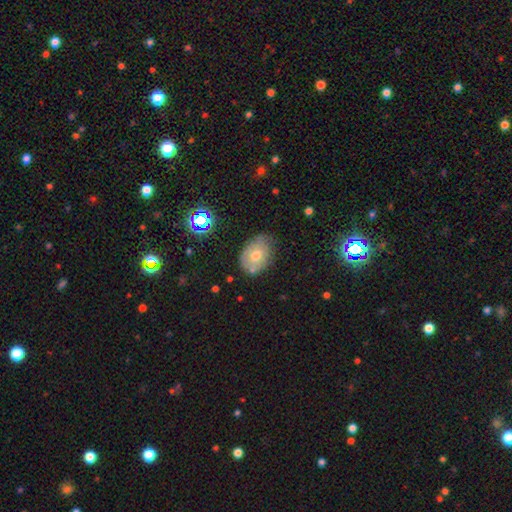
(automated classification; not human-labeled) smooth_or_featured: smooth (p=0.61) [alt: featured or disk p=0.28]
how_rounded: in between (p=0.73) [alt: round p=0.26]
merging: none (p=0.59) [alt: minor disturbance p=0.30]